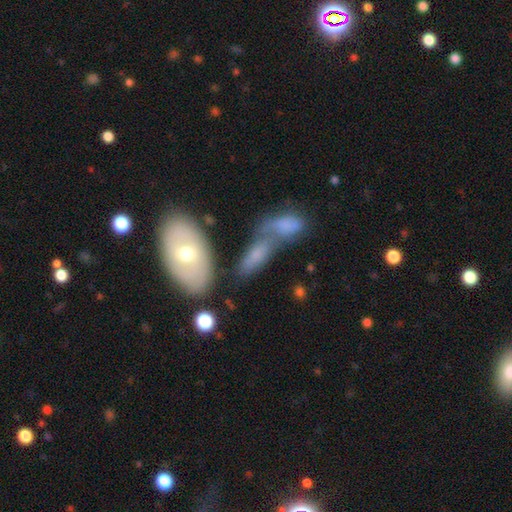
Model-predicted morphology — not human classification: Overall: smooth (61%; featured or disk 30%). How rounded: in between (69%). Merging: merger (48%; none 31%).